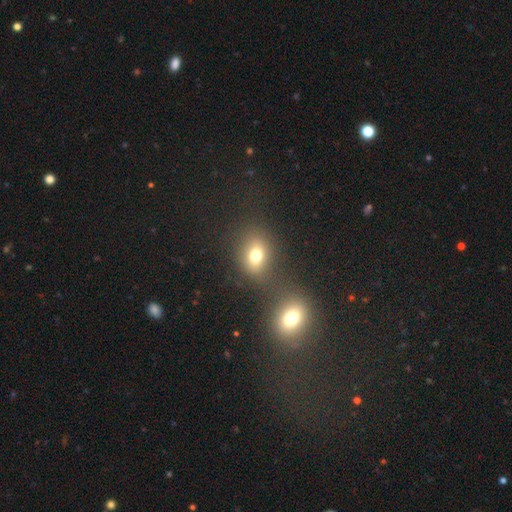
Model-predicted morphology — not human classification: smooth_or_featured: smooth (p=0.73) [alt: star or artifact p=0.15]
how_rounded: in between (p=0.49) [tied with: round p=0.49]
merging: none (p=0.57) [alt: merger p=0.26]